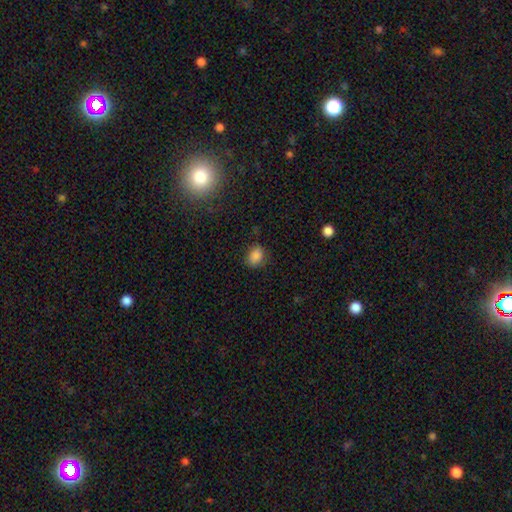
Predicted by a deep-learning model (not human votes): smooth-or-featured: smooth: 84% | star or artifact: 11% | featured or disk: 5%
  how-rounded: in between: 59% | round: 40% | cigar-shaped: 1%
  merging: none: 78% | minor disturbance: 16% | major disturbance: 4% | merger: 2%